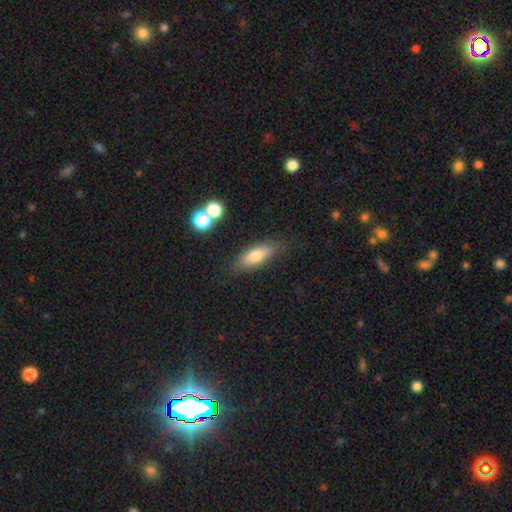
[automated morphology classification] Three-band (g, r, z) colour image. It shows a smooth galaxy with no disk features (74%) that is in between round and cigar-shaped (66%). Merging: none (78%).